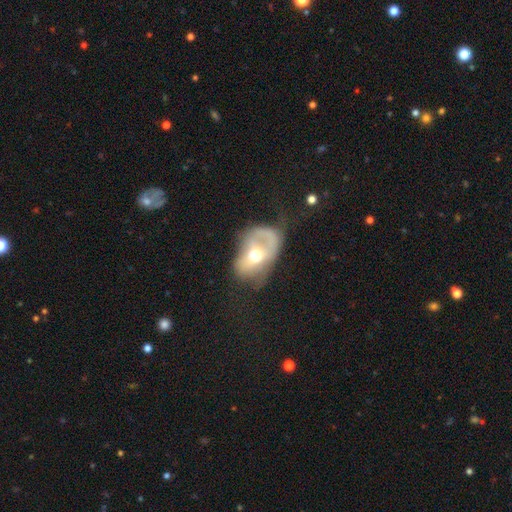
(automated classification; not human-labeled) featured or disk 50%, smooth 41%, star or artifact 8%. Down the decision tree: edge-on disk — no (93%); merging — major disturbance (39%).